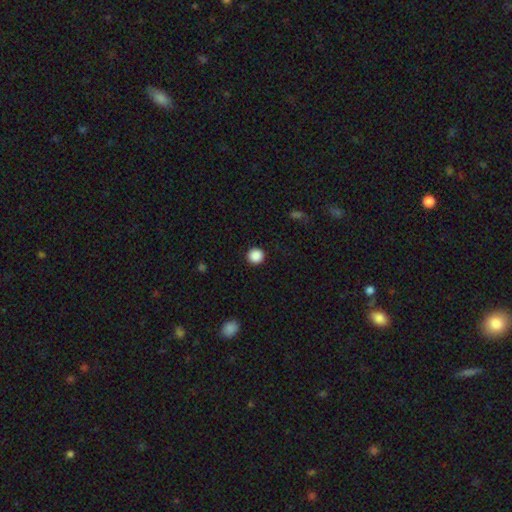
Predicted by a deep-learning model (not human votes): smooth-or-featured: smooth: 88% | star or artifact: 10% | featured or disk: 2%
  how-rounded: round: 95% | in between: 4% | cigar-shaped: 1%
  merging: none: 92% | minor disturbance: 5% | major disturbance: 2% | merger: 1%